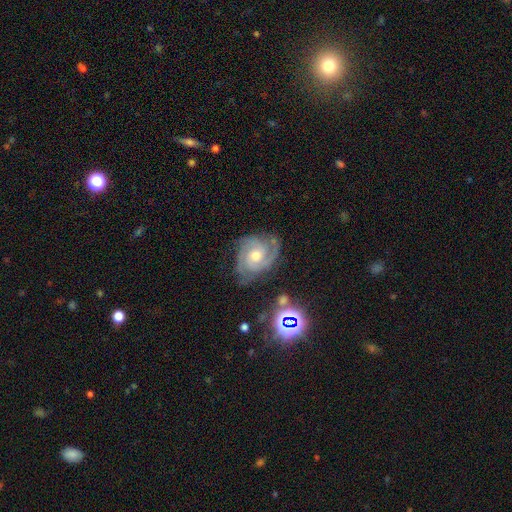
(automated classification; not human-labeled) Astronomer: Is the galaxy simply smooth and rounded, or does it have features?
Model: featured or disk — 85%.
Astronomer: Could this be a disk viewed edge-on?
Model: no — 97%.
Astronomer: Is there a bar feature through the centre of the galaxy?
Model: no — 68%.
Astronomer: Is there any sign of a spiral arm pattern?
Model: yes — 97%.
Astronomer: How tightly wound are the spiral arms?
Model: tight — 59% (runner-up: medium, 35%).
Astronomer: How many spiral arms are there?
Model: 3 — 46% (runner-up: 2, 25%).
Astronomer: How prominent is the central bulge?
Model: moderate — 70%.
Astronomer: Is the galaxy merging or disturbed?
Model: none — 69%.